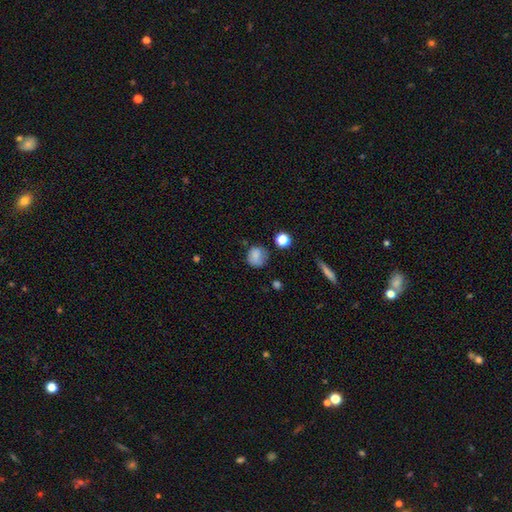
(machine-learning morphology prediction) Q: Smooth or featured?
A: smooth (80%); runner-up: star or artifact (11%)
Q: How rounded?
A: round (75%); runner-up: in between (24%)
Q: Merging?
A: none (62%); runner-up: minor disturbance (25%)